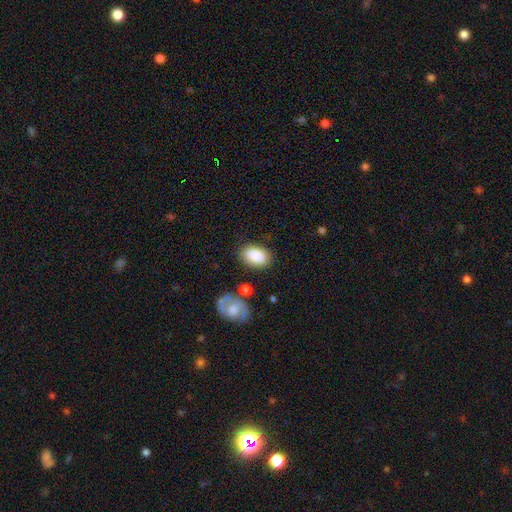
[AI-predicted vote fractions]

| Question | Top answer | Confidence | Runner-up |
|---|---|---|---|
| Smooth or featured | smooth | 87% | star or artifact (7%) |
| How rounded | in between | 89% | round (9%) |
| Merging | none | 81% | minor disturbance (12%) |